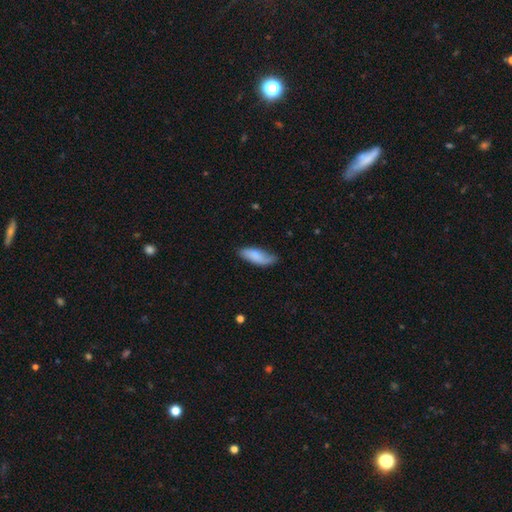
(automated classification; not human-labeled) A smooth galaxy with no disk features (77%) that is in between round and cigar-shaped (74%). Merging: none (63%).